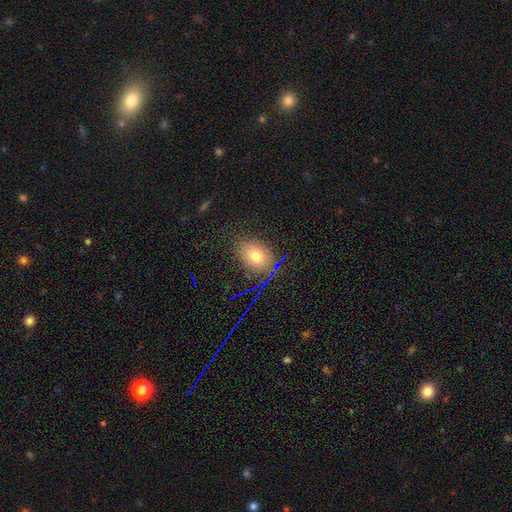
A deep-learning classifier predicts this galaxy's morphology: Smooth or featured? Predicted: smooth (p=0.73). How rounded? Predicted: in between (p=0.65). Merging? Predicted: none (p=0.80).